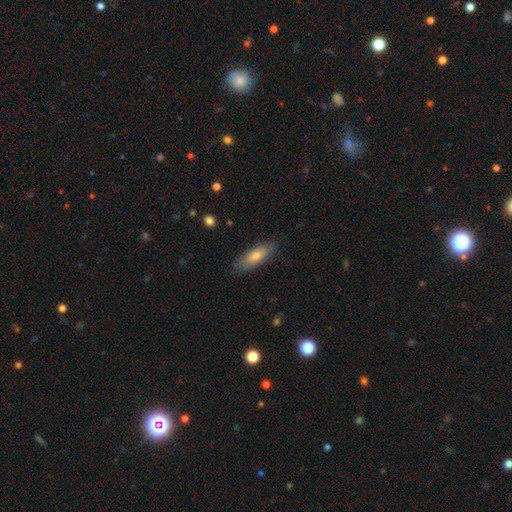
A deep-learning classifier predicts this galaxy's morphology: Q: Smooth or featured?
A: smooth (71%); runner-up: featured or disk (22%)
Q: How rounded?
A: in between (58%); runner-up: cigar-shaped (40%)
Q: Merging?
A: none (84%); runner-up: minor disturbance (12%)